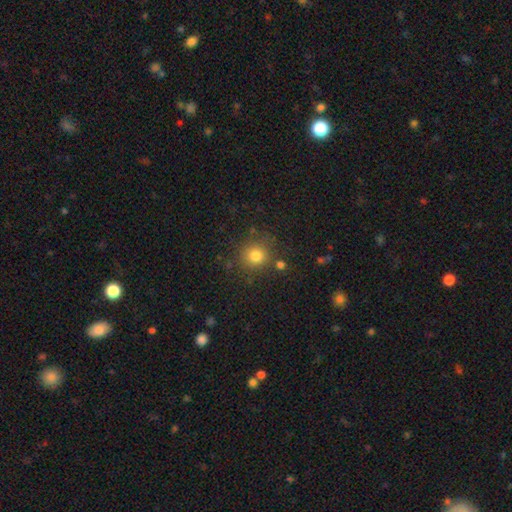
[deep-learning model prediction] Overall: smooth (79%). How rounded: round (90%). Merging: none (81%).